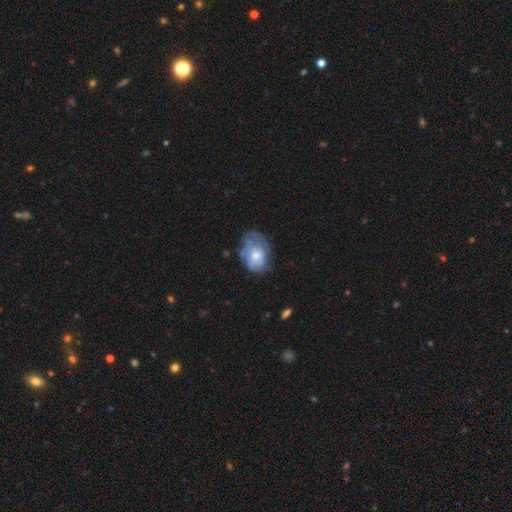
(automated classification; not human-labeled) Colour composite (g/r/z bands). It shows a featured or disk galaxy (46%, tied with smooth). Merging: none (46%).